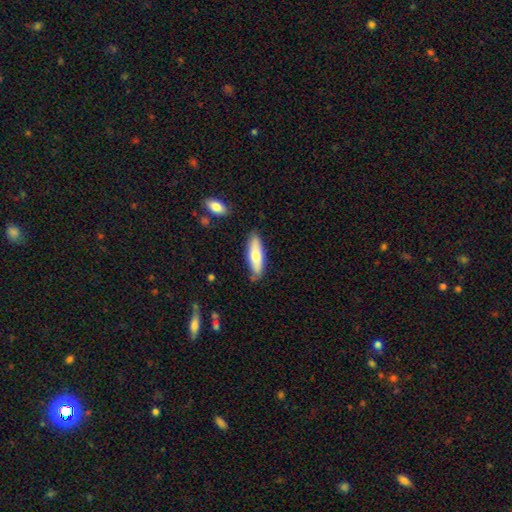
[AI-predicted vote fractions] Overall: smooth (67%; featured or disk 28%). How rounded: cigar-shaped (49%, tied with in between). Merging: none (82%).